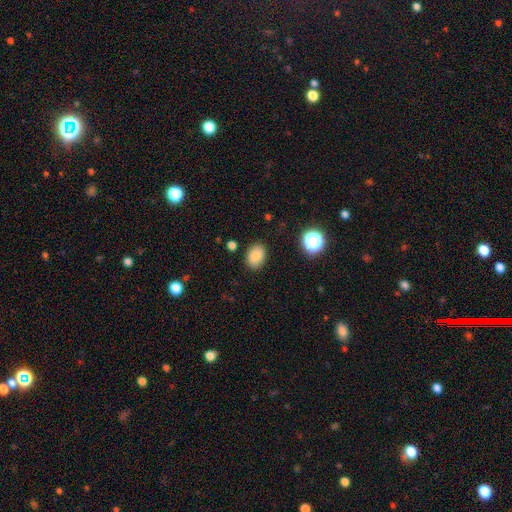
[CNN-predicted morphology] Q: Smooth or featured?
A: smooth (82%); runner-up: star or artifact (10%)
Q: How rounded?
A: in between (74%); runner-up: round (25%)
Q: Merging?
A: none (86%); runner-up: minor disturbance (10%)